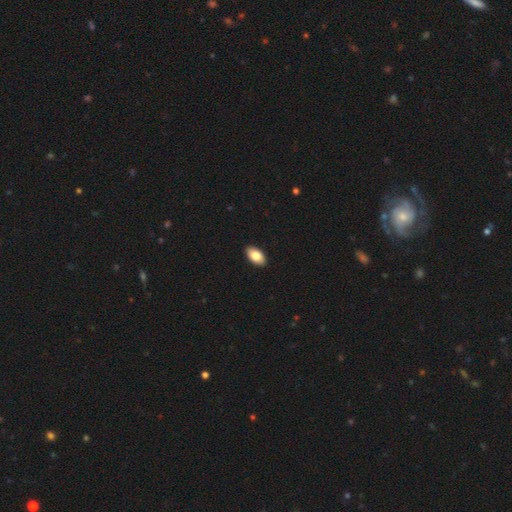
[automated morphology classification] This appears to be a smooth galaxy with no disk features (85%) that is in between round and cigar-shaped (95%). Merging: none (91%).